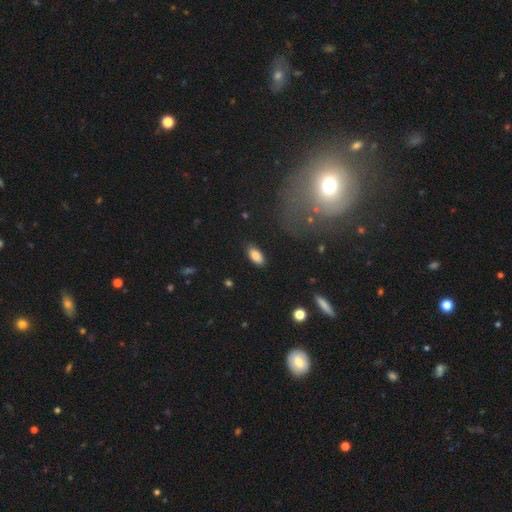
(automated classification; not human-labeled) This is clearly a smooth galaxy (86%). How rounded: clearly in between (90%). Merging: clearly none (86%).